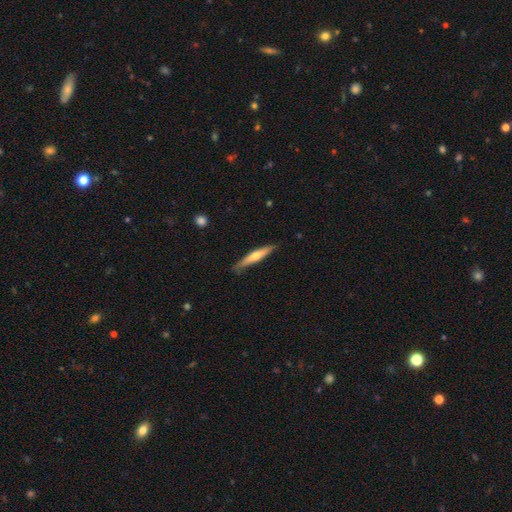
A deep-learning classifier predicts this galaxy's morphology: featured or disk 49%, smooth 46%, star or artifact 5%. Down the decision tree: merging — none (82%).